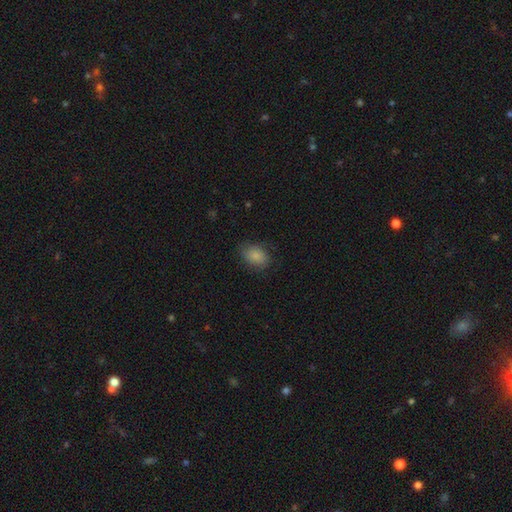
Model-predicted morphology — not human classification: Overall: smooth (84%). How rounded: in between (75%). Merging: none (76%).